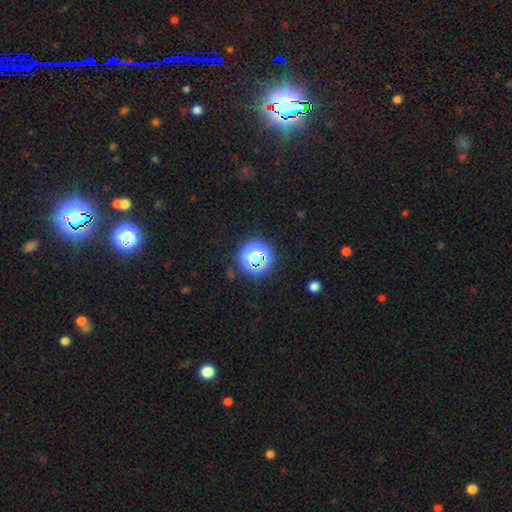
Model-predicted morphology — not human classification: smooth-or-featured: star or artifact: 64% | smooth: 28% | featured or disk: 8%